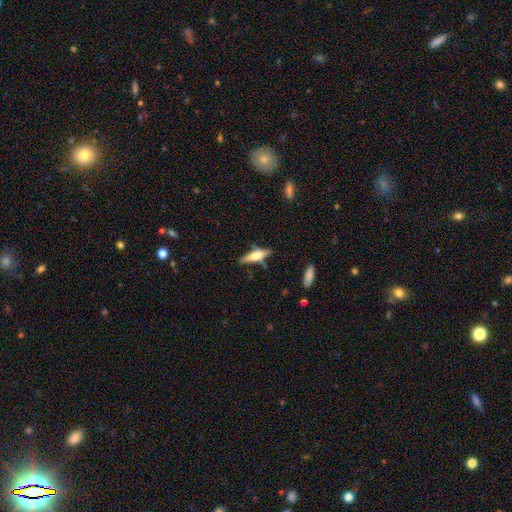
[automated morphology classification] Smooth or featured? Predicted: featured or disk (p=0.48). Merging? Predicted: none (p=0.70).